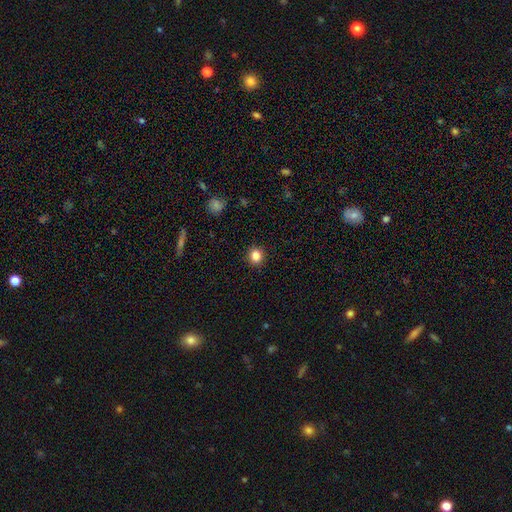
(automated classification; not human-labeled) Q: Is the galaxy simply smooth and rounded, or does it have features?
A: smooth — 84%.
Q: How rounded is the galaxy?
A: round — 89%.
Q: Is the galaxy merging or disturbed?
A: none — 92%.